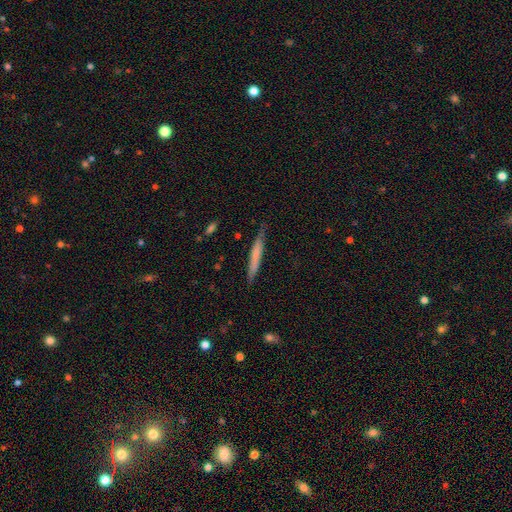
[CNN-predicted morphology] Smooth or featured?
  - smooth: 61% *
  - featured or disk: 33%
  - star or artifact: 6%
How rounded?
  - cigar-shaped: 96% *
  - in between: 3%
  - round: 1%
Merging?
  - none: 83% *
  - minor disturbance: 13%
  - major disturbance: 2%
  - merger: 1%